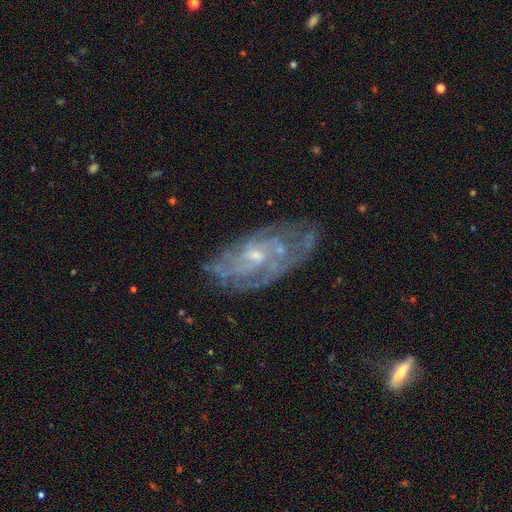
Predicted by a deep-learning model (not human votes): A featured or disk galaxy (77%) with no bar (67%), tight (55%) spiral arms (85%) and a small central bulge (64%).

Vote fractions:
- Smooth or featured? featured or disk: 77% / smooth: 13% / star or artifact: 10%
- Edge-on disk? no: 93% / yes: 7%
- Bar? no: 67% / weak: 28% / strong: 5%
- Spiral arms? yes: 85% / no: 15%
- Spiral winding? tight: 55% / medium: 33% / loose: 12%
- Spiral arm count? can't tell: 47% / 2: 17% / 3: 15% / 4: 10% / more than 4: 6% / 1: 6%
- Bulge size? small: 64% / moderate: 28% / none: 5% / large: 1% / dominant: 1%
- Merging? none: 66% / minor disturbance: 21% / major disturbance: 10% / merger: 3%